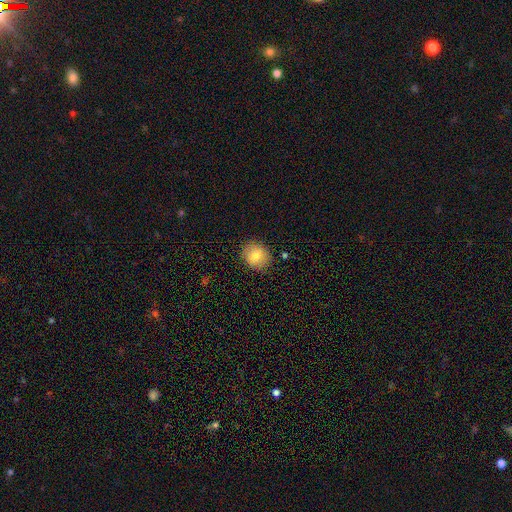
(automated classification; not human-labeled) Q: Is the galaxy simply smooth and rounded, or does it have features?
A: smooth — 78%.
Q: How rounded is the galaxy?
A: round — 71%.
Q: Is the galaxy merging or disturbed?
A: none — 86%.